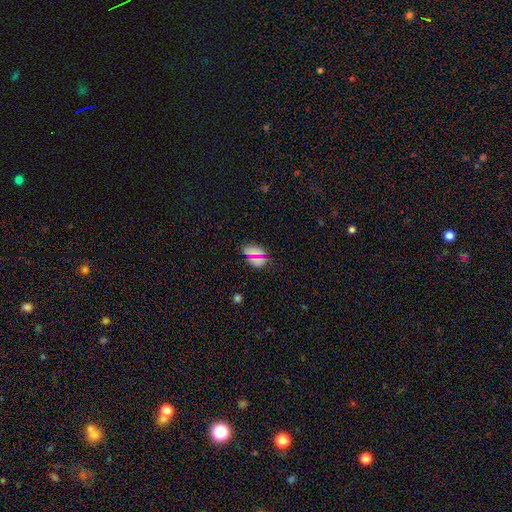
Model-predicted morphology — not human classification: type=smooth (69%); roundness=in between (77%); merging=none (79%).